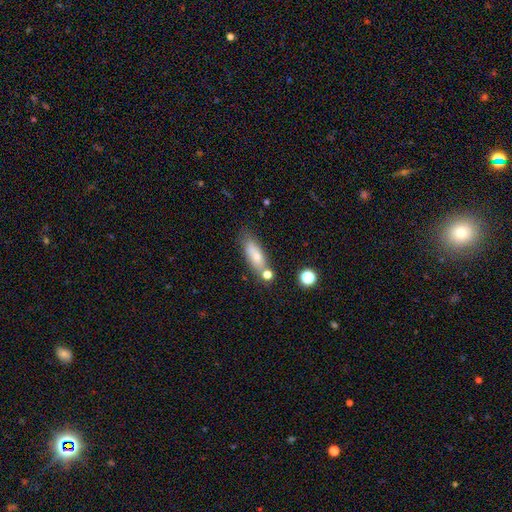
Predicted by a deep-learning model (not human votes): smooth_or_featured: smooth (p=0.75) [alt: featured or disk p=0.17]
how_rounded: in between (p=0.61) [alt: cigar-shaped p=0.35]
merging: none (p=0.62) [alt: minor disturbance p=0.18]